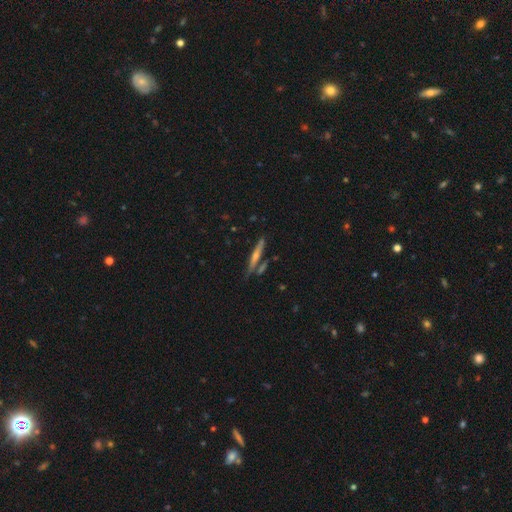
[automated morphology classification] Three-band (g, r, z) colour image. It shows a featured or disk galaxy (60%) viewed edge-on (95%) with a rounded central bulge (70%). Merging: none (75%).